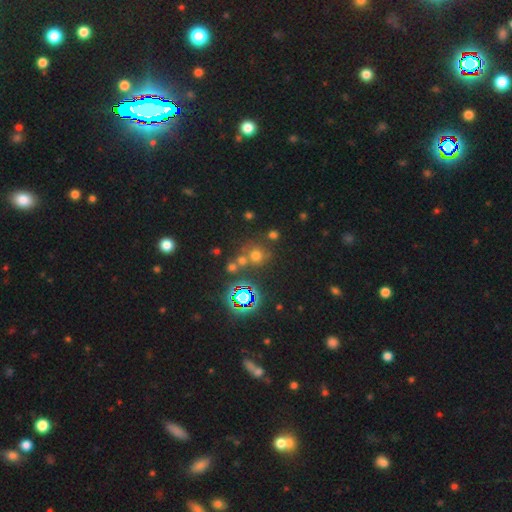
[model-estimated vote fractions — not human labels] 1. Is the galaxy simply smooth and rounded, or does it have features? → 52% smooth, 38% star or artifact, 10% featured or disk.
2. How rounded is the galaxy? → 89% round, 10% in between, 1% cigar-shaped.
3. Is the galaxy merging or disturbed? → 65% none, 20% merger, 10% minor disturbance, 5% major disturbance.